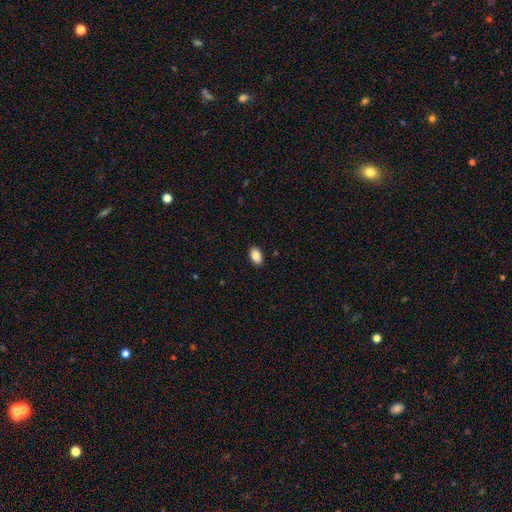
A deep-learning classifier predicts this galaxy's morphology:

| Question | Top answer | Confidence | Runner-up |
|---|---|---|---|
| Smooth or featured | smooth | 86% | star or artifact (8%) |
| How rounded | in between | 89% | round (9%) |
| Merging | none | 90% | minor disturbance (7%) |